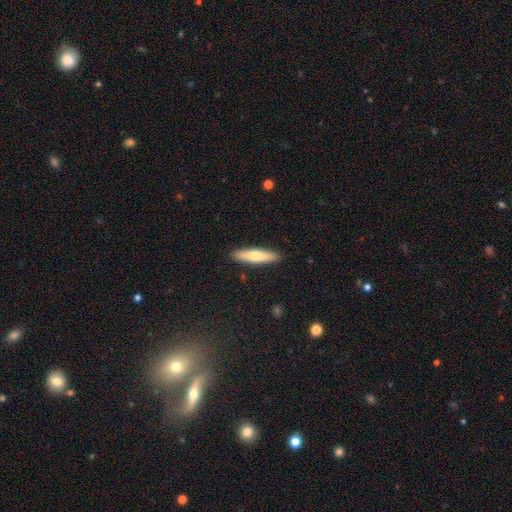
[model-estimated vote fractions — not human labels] smooth-or-featured: smooth: 68% | featured or disk: 27% | star or artifact: 6%
  how-rounded: cigar-shaped: 77% | in between: 21% | round: 2%
  merging: none: 90% | minor disturbance: 7% | major disturbance: 2% | merger: 1%